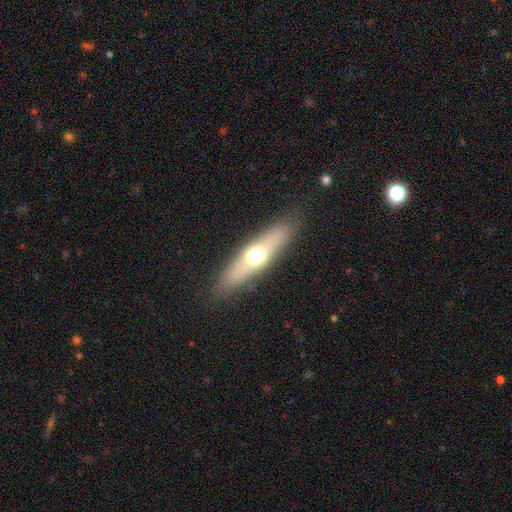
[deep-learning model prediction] smooth 49%, featured or disk 43%, star or artifact 8%. Down the decision tree: merging — none (87%).